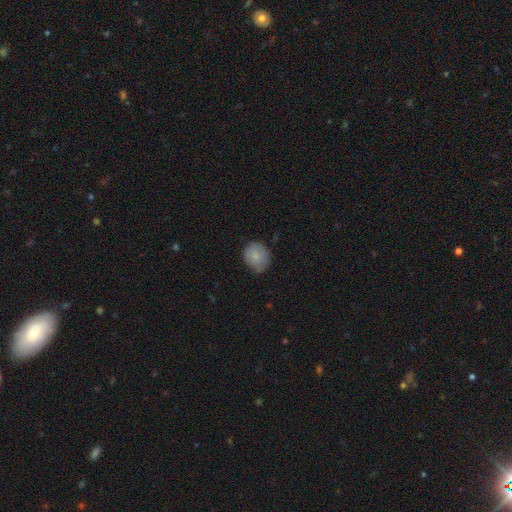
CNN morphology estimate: A smooth galaxy with no disk features (81%) that is round (68%).

Vote fractions:
- Smooth or featured? smooth: 81% / featured or disk: 11% / star or artifact: 8%
- How rounded? round: 68% / in between: 31% / cigar-shaped: 1%
- Merging? none: 75% / minor disturbance: 21% / major disturbance: 4% / merger: 1%